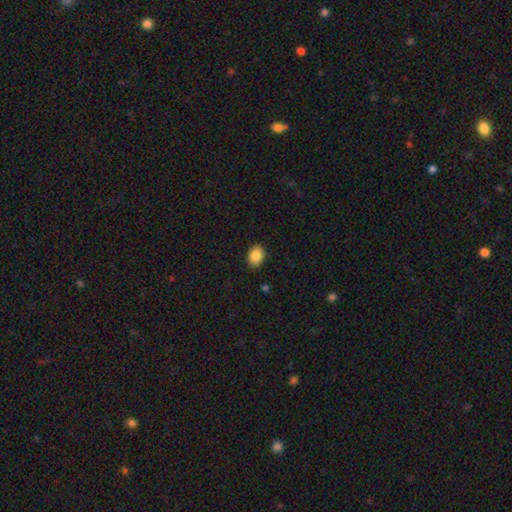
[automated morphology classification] type=smooth (86%); roundness=in between (70%); merging=none (89%).